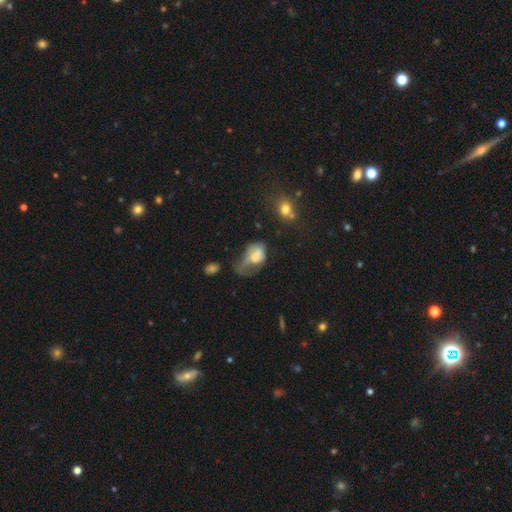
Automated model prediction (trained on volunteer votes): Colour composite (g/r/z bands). It shows a smooth galaxy with no disk features (59%) that is in between round and cigar-shaped (82%). Merging: major disturbance (54%).